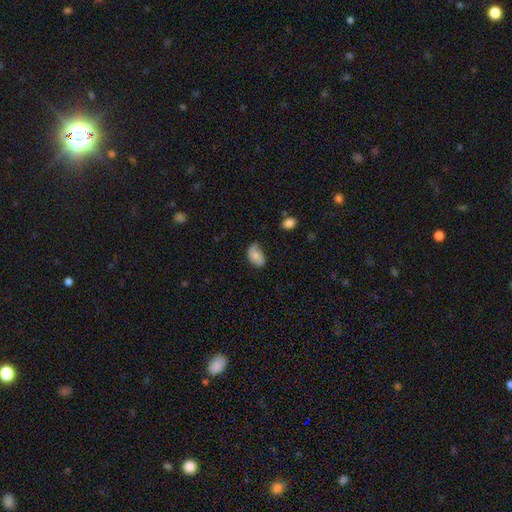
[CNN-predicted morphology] A smooth galaxy with no disk features (71%) that is in between round and cigar-shaped (90%).

Vote fractions:
- Smooth or featured? smooth: 71% / featured or disk: 22% / star or artifact: 7%
- How rounded? in between: 90% / round: 9% / cigar-shaped: 1%
- Merging? none: 46% / minor disturbance: 40% / major disturbance: 12% / merger: 2%